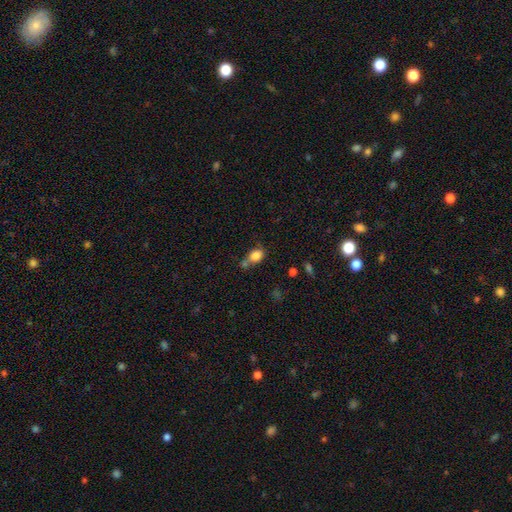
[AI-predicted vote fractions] A smooth galaxy with no disk features (82%) that is in between round and cigar-shaped (60%). Merging: none (44%).